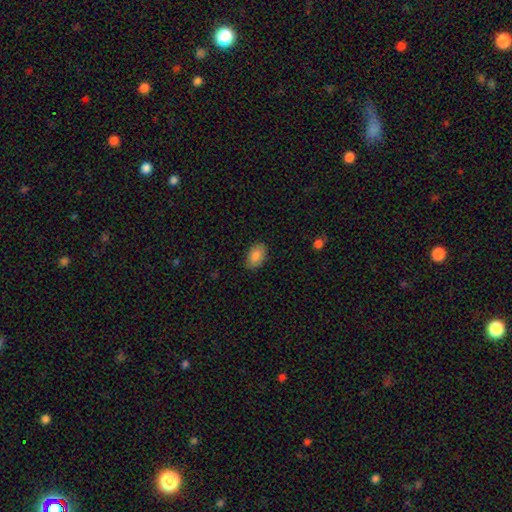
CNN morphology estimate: Q: Smooth or featured?
A: smooth (85%); runner-up: featured or disk (8%)
Q: How rounded?
A: in between (91%); runner-up: round (8%)
Q: Merging?
A: none (87%); runner-up: minor disturbance (10%)